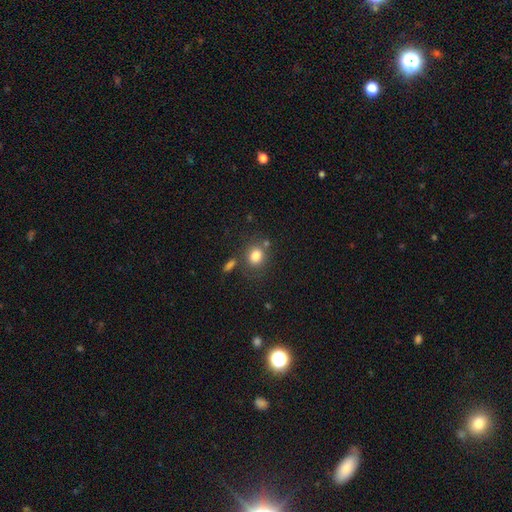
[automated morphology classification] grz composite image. It shows a smooth galaxy with no disk features (81%) that is round (64%). Merging: none (68%).